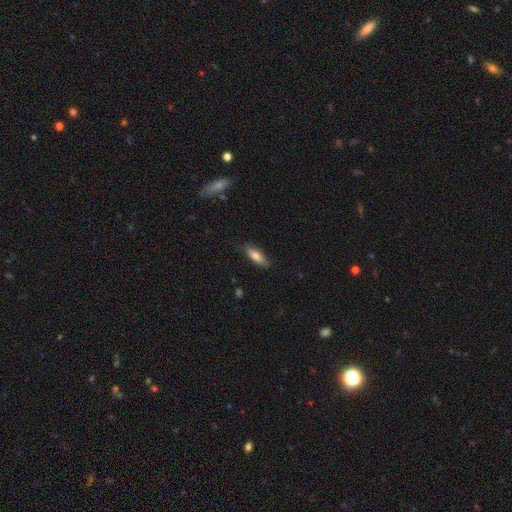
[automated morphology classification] A smooth galaxy with no disk features (79%) that is in between round and cigar-shaped (59%).

Vote fractions:
- Smooth or featured? smooth: 79% / featured or disk: 15% / star or artifact: 6%
- How rounded? in between: 59% / cigar-shaped: 39% / round: 2%
- Merging? none: 81% / minor disturbance: 15% / major disturbance: 3% / merger: 1%